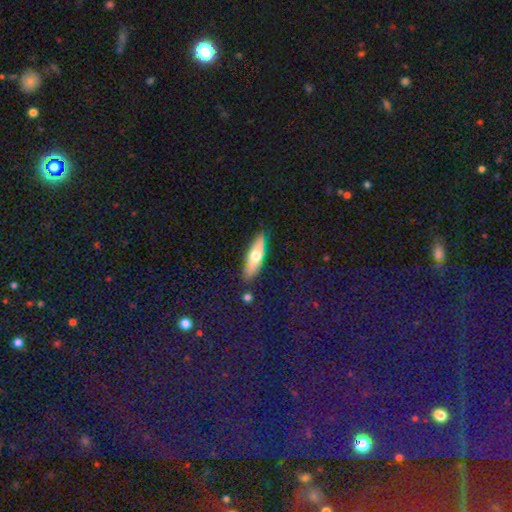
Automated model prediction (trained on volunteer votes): smooth-or-featured: smooth: 57% | featured or disk: 36% | star or artifact: 7%
  how-rounded: in between: 50% | cigar-shaped: 48% | round: 3%
  merging: none: 83% | minor disturbance: 13% | major disturbance: 3% | merger: 2%